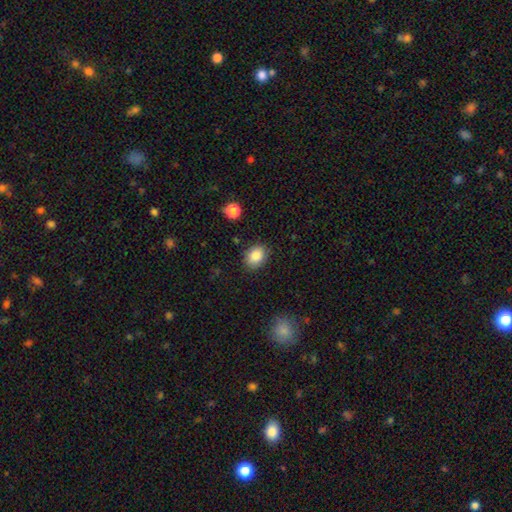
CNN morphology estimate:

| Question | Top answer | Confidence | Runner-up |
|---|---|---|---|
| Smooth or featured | smooth | 86% | star or artifact (9%) |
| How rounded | in between | 57% | round (42%) |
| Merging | none | 84% | minor disturbance (11%) |